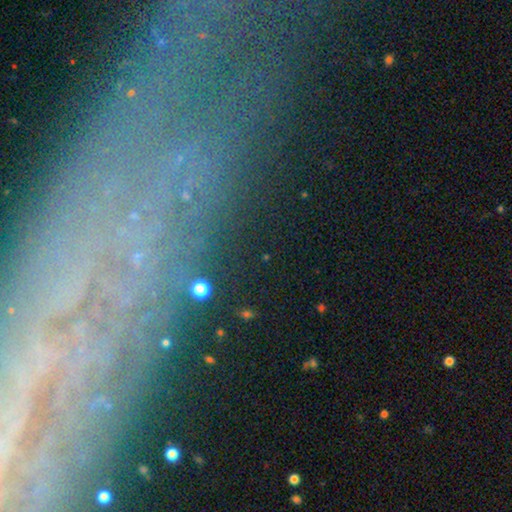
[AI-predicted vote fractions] smooth_or_featured: featured or disk (p=0.44) [alt: star or artifact p=0.38]
merging: none (p=0.77) [alt: minor disturbance p=0.12]